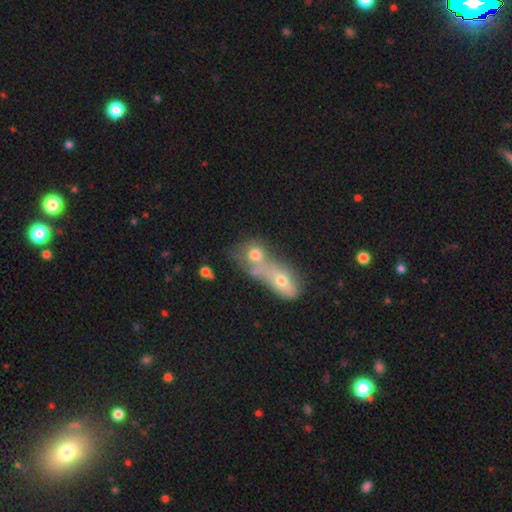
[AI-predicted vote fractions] smooth-or-featured: smooth: 61% | featured or disk: 26% | star or artifact: 13%
  how-rounded: round: 50% | in between: 44% | cigar-shaped: 5%
  merging: merger: 68% | none: 19% | minor disturbance: 6% | major disturbance: 6%